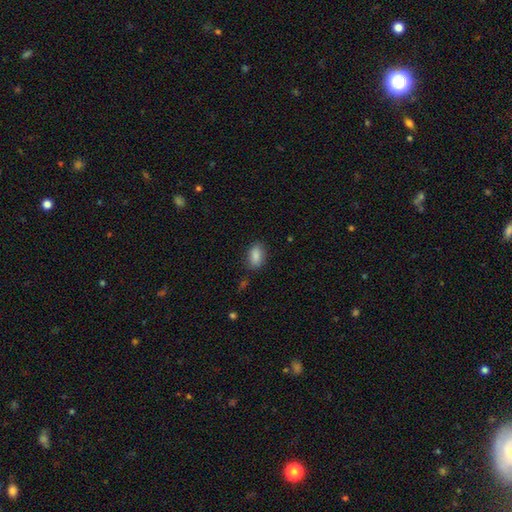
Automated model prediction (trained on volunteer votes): This appears to be a smooth galaxy with no disk features (88%) that is in between round and cigar-shaped (90%). Merging: none (82%).